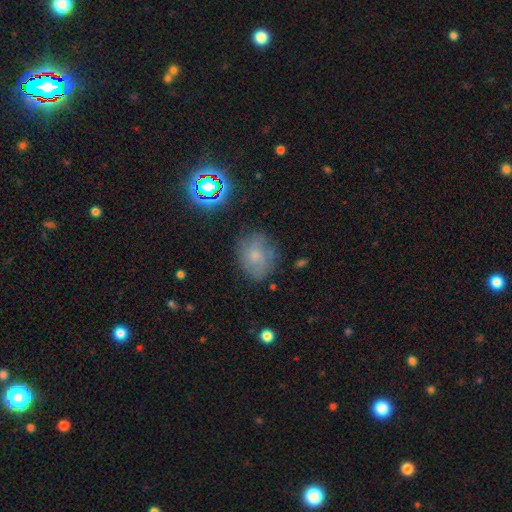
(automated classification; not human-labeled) This is likely a smooth galaxy (61%). How rounded: possibly round (53%). Merging: likely none (70%).